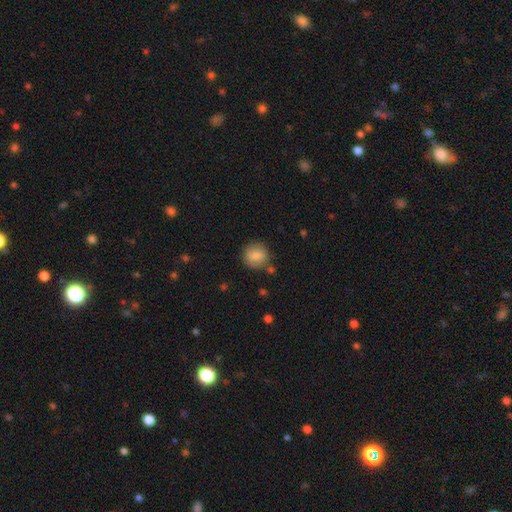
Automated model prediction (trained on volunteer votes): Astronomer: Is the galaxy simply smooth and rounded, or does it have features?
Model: smooth — 81%.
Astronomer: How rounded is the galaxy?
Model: round — 88%.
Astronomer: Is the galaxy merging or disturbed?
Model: none — 81%.